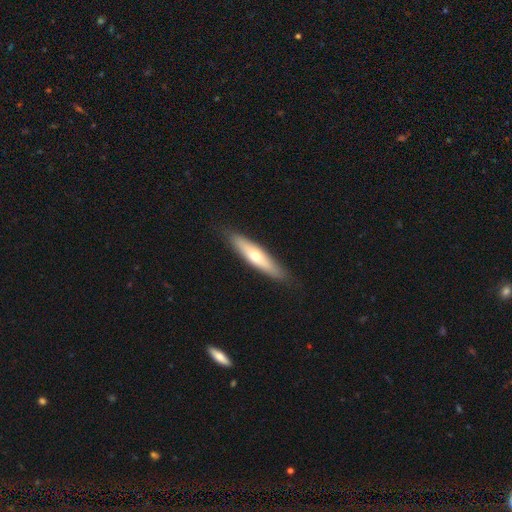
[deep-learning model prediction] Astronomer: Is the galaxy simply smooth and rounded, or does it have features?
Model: smooth — 54% (runner-up: featured or disk, 41%).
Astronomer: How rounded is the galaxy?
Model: cigar-shaped — 78%.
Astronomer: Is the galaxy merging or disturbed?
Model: none — 87%.